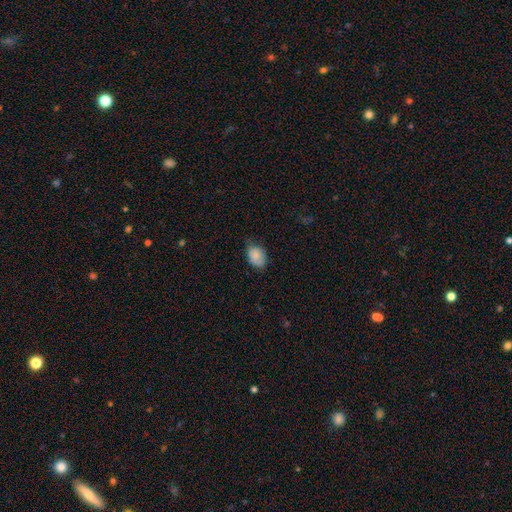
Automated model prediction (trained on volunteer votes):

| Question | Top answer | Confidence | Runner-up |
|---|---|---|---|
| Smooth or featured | smooth | 84% | featured or disk (8%) |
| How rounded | in between | 78% | round (21%) |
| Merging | none | 60% | minor disturbance (33%) |